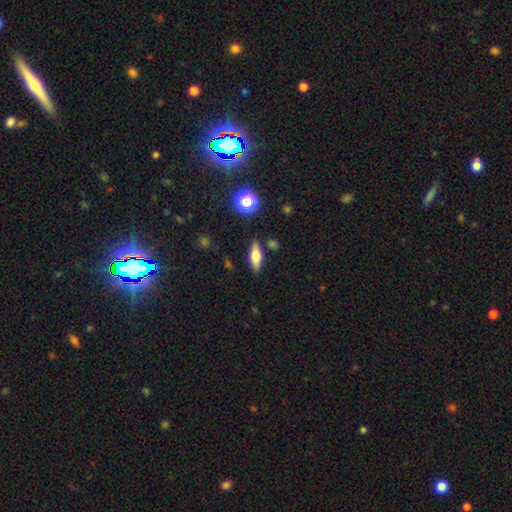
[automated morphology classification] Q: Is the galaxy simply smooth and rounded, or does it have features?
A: smooth — 53%.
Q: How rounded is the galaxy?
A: in between — 56%.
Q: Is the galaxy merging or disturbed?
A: none — 85%.